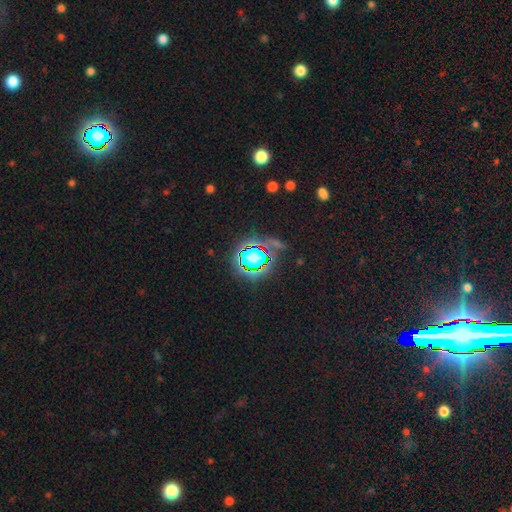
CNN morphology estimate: Smooth or featured?
  - star or artifact: 82% *
  - smooth: 10%
  - featured or disk: 7%